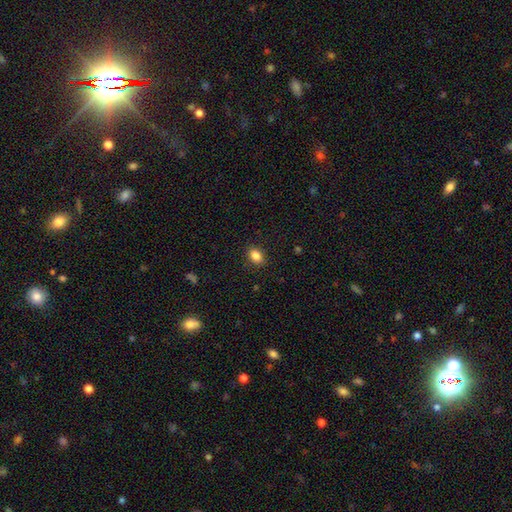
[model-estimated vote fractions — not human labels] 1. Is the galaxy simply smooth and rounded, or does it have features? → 85% smooth, 10% star or artifact, 5% featured or disk.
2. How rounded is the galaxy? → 72% in between, 27% round, 1% cigar-shaped.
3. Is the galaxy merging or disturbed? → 88% none, 8% minor disturbance, 2% major disturbance, 1% merger.